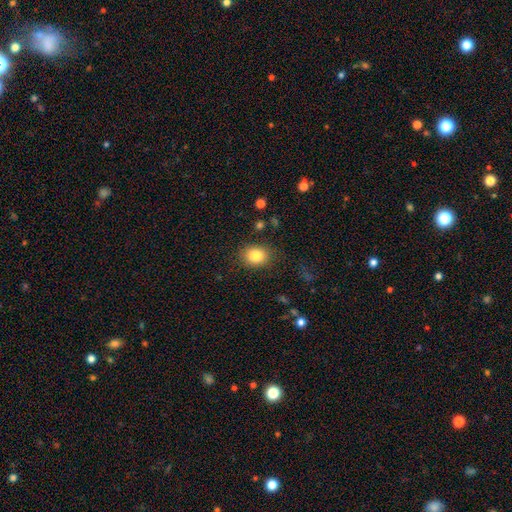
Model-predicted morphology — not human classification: Overall: smooth (84%). How rounded: round (56%; in between 44%). Merging: none (85%).